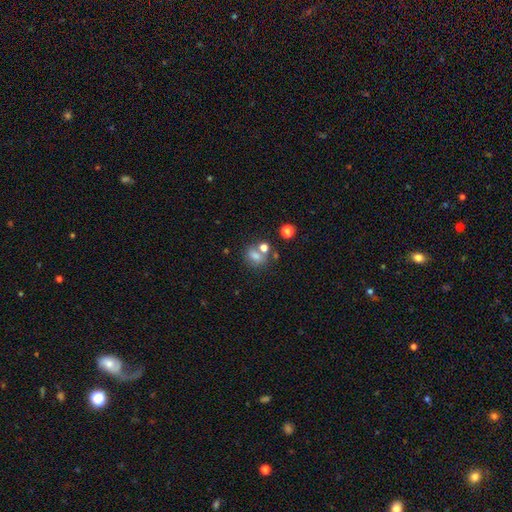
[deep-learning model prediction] This appears to be a smooth galaxy with no disk features (69%) that is in between round and cigar-shaped (51%). Merging: none (54%).